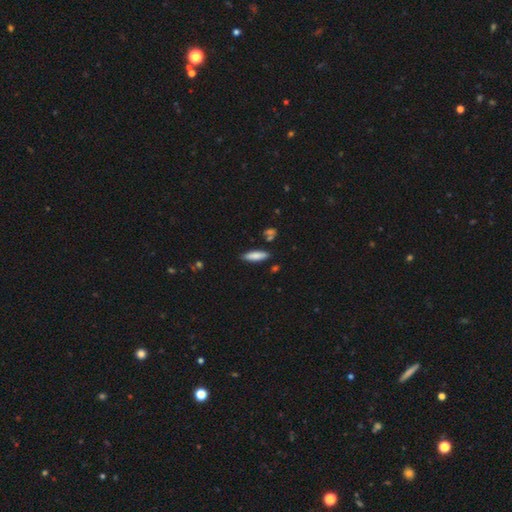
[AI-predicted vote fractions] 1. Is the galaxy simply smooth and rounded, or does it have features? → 81% smooth, 12% featured or disk, 6% star or artifact.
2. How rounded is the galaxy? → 56% cigar-shaped, 42% in between, 2% round.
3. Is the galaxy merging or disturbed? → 83% none, 11% minor disturbance, 4% merger, 2% major disturbance.